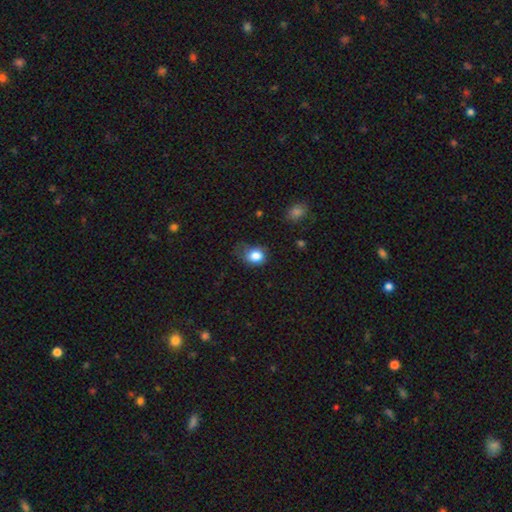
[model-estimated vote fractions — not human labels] Smooth or featured? Predicted: smooth (p=0.83). How rounded? Predicted: round (p=0.55). Merging? Predicted: none (p=0.53).